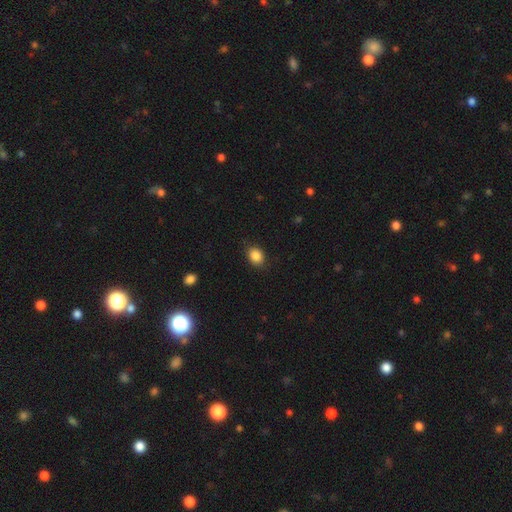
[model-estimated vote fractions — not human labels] Smooth or featured?
  - smooth: 86% *
  - star or artifact: 9%
  - featured or disk: 4%
How rounded?
  - in between: 54% *
  - round: 45%
  - cigar-shaped: 1%
Merging?
  - none: 85% *
  - minor disturbance: 11%
  - major disturbance: 3%
  - merger: 1%